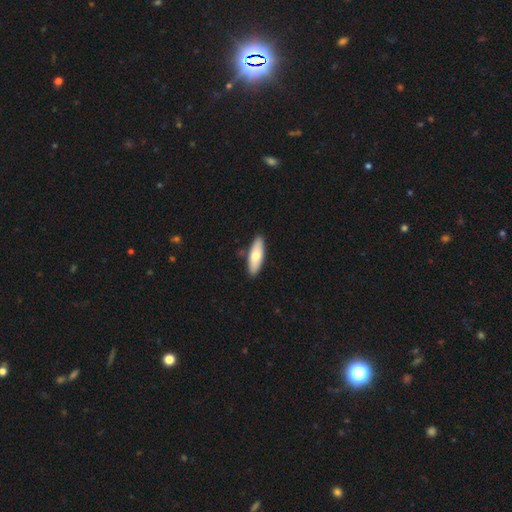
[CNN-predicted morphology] A smooth galaxy with no disk features (69%) that is in between round and cigar-shaped (59%). Merging: none (87%).